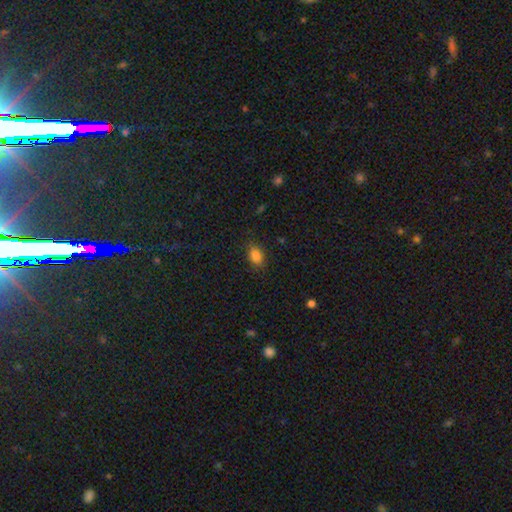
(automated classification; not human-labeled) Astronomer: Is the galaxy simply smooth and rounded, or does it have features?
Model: smooth — 84%.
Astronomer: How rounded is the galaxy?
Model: in between — 78%.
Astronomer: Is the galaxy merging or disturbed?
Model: none — 83%.